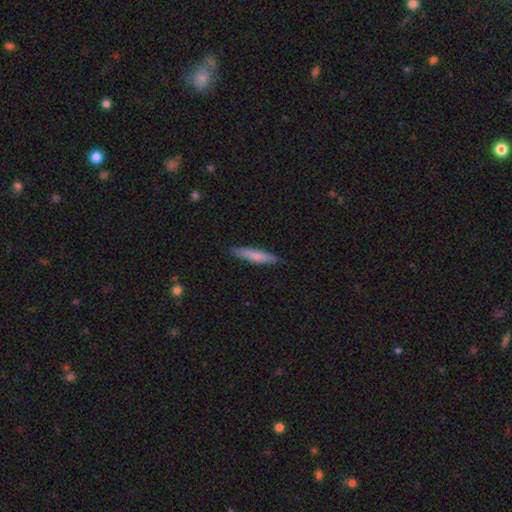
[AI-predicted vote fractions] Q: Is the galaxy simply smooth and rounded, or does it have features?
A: smooth — 72%.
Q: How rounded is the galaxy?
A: cigar-shaped — 92%.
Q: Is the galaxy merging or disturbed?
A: none — 88%.